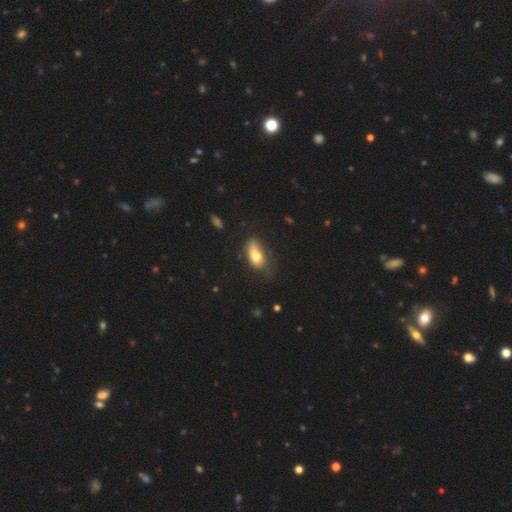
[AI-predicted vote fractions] A smooth galaxy with no disk features (71%) that is in between round and cigar-shaped (84%).

Vote fractions:
- Smooth or featured? smooth: 71% / featured or disk: 20% / star or artifact: 8%
- How rounded? in between: 84% / cigar-shaped: 11% / round: 5%
- Merging? none: 40% / minor disturbance: 34% / major disturbance: 20% / merger: 5%